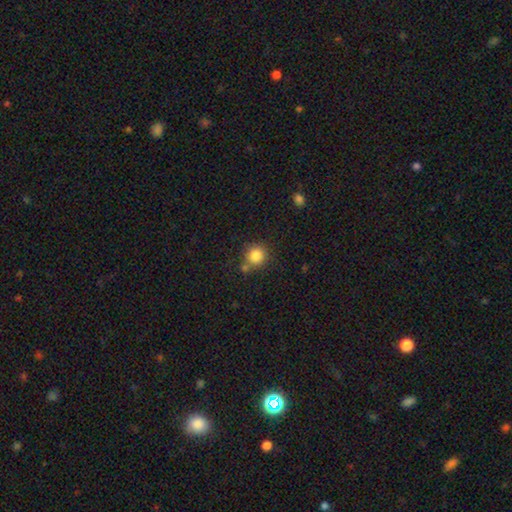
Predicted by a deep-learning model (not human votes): Smooth or featured? Predicted: smooth (p=0.84). How rounded? Predicted: round (p=0.91). Merging? Predicted: none (p=0.70).